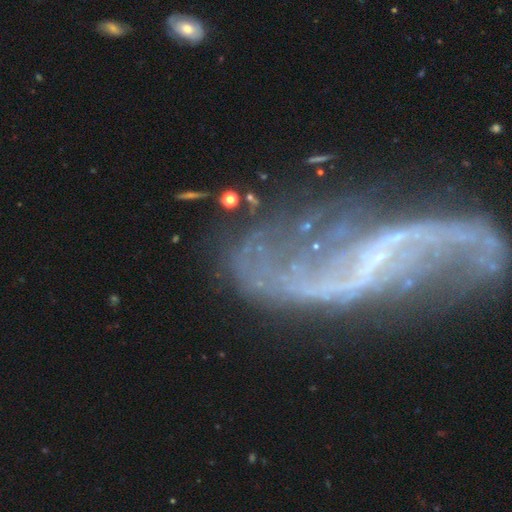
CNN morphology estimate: featured or disk 83%, star or artifact 11%, smooth 6%. Down the decision tree: edge-on disk — no (94%); bar — weak (36%); spiral arms — yes (84%); spiral arm count — 2 (74%); spiral winding — loose (82%); bulge size — small (54%); merging — none (43%).